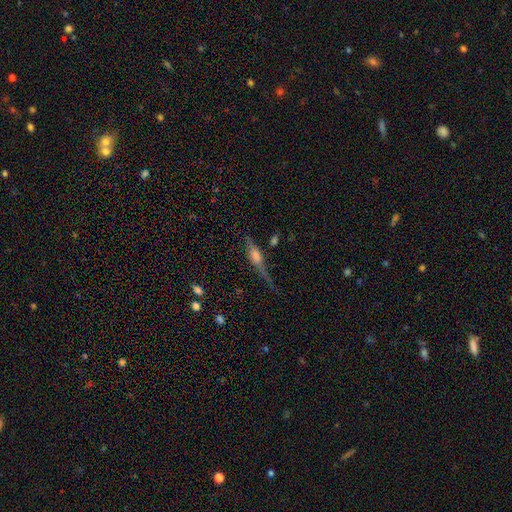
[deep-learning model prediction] A featured or disk galaxy (55%) viewed edge-on (82%).

Vote fractions:
- Smooth or featured? featured or disk: 55% / smooth: 33% / star or artifact: 12%
- Edge-on disk? yes: 82% / no: 18%
- Merging? none: 45% / minor disturbance: 26% / major disturbance: 23% / merger: 6%